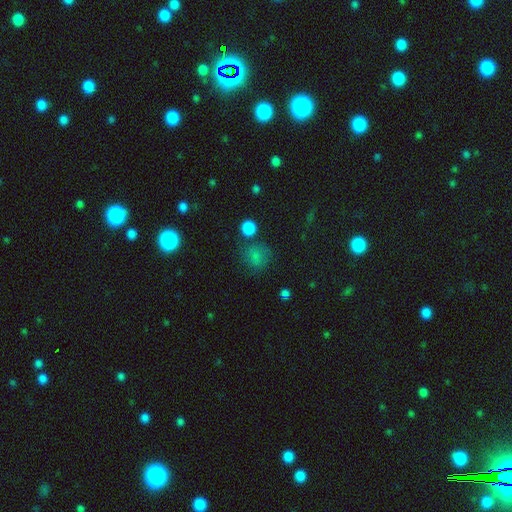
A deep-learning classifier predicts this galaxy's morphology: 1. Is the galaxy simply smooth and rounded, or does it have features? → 71% smooth, 19% star or artifact, 10% featured or disk.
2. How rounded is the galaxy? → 78% round, 21% in between, 1% cigar-shaped.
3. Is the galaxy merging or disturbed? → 62% none, 19% minor disturbance, 11% major disturbance, 8% merger.